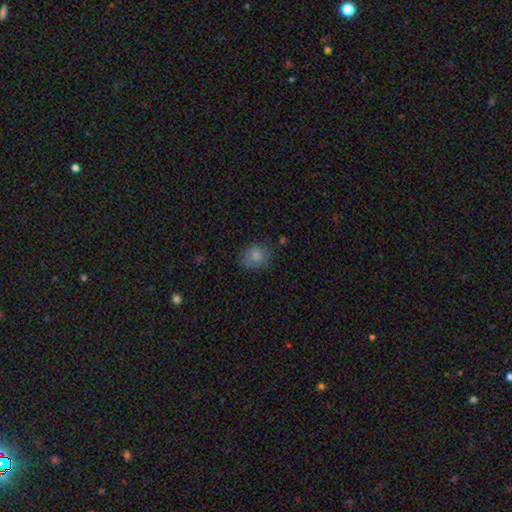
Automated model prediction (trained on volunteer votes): A smooth galaxy with no disk features (83%) that is round (69%). Merging: none (71%).